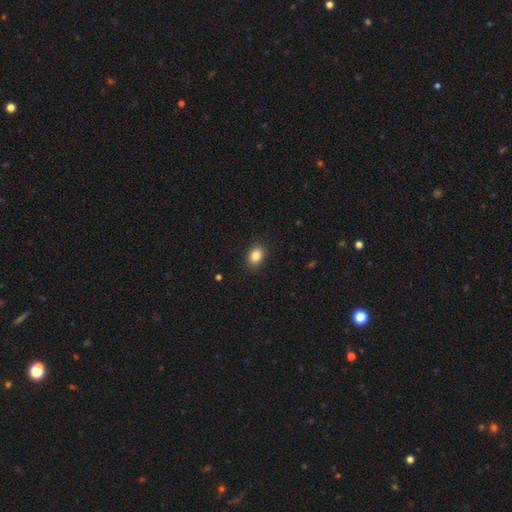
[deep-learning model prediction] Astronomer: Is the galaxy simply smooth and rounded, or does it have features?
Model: smooth — 85%.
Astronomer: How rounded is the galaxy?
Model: in between — 70%.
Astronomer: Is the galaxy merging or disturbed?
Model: none — 89%.